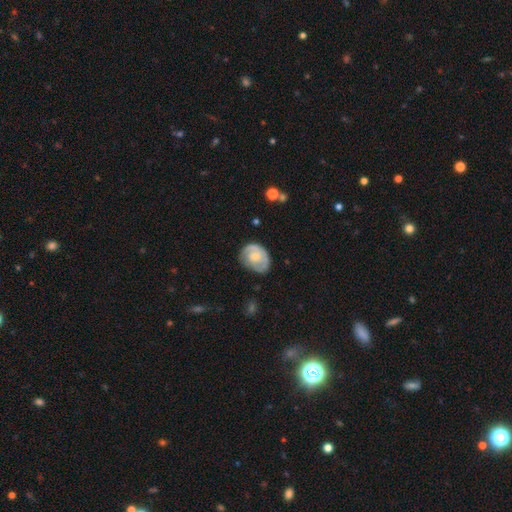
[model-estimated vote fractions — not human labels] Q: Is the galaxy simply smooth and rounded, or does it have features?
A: featured or disk — 52%.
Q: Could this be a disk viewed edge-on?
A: no — 97%.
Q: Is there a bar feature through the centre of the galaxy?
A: no — 70%.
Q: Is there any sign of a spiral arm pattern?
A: yes — 72%.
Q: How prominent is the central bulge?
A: small — 44%.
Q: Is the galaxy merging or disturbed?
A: none — 61%.